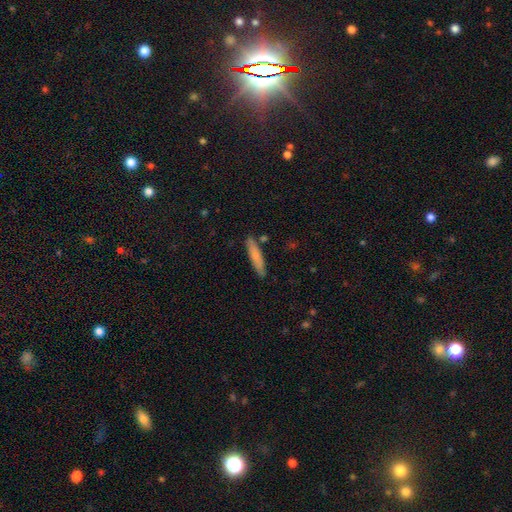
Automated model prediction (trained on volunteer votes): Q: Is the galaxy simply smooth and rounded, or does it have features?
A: smooth — 75%.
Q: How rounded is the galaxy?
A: cigar-shaped — 84%.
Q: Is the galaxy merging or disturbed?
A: none — 83%.